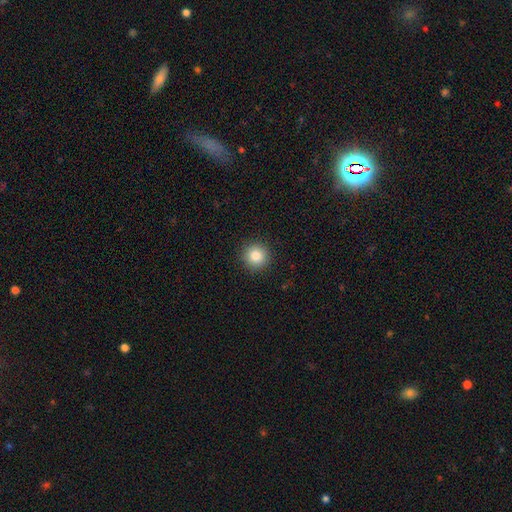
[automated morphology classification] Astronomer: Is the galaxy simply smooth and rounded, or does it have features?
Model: smooth — 84%.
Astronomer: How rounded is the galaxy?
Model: round — 94%.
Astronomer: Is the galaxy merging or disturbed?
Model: none — 92%.